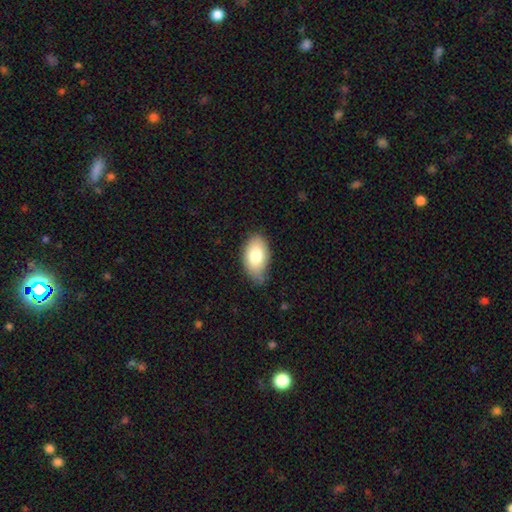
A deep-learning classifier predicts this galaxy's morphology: smooth-or-featured: smooth: 79% | featured or disk: 14% | star or artifact: 7%
  how-rounded: in between: 92% | round: 6% | cigar-shaped: 1%
  merging: none: 65% | minor disturbance: 29% | major disturbance: 5% | merger: 1%